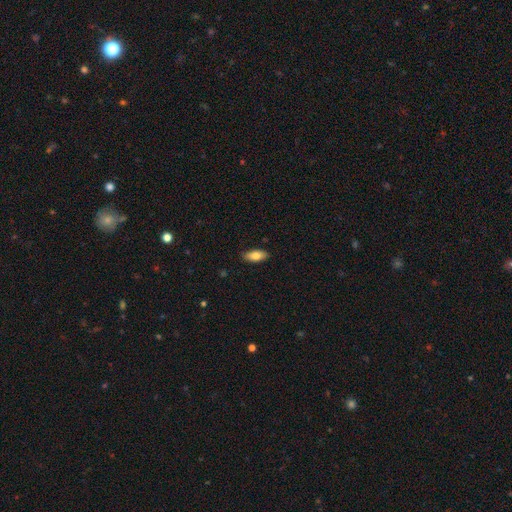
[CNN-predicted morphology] A smooth galaxy with no disk features (80%) that is in between round and cigar-shaped (86%). Merging: none (87%).